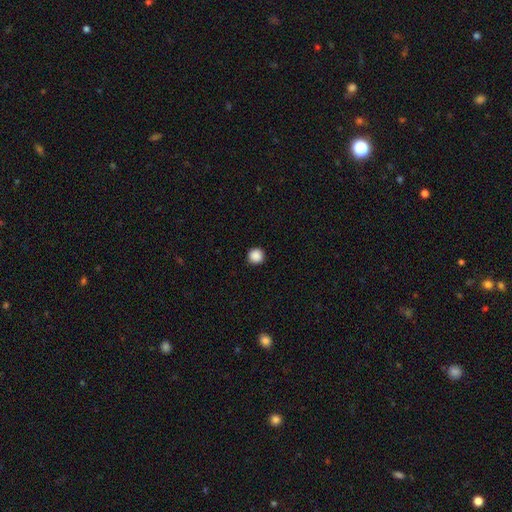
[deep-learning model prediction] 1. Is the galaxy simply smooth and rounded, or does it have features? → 89% smooth, 9% star or artifact, 2% featured or disk.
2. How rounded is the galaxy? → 95% round, 4% in between, 1% cigar-shaped.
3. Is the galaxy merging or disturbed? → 93% none, 5% minor disturbance, 2% major disturbance, 1% merger.